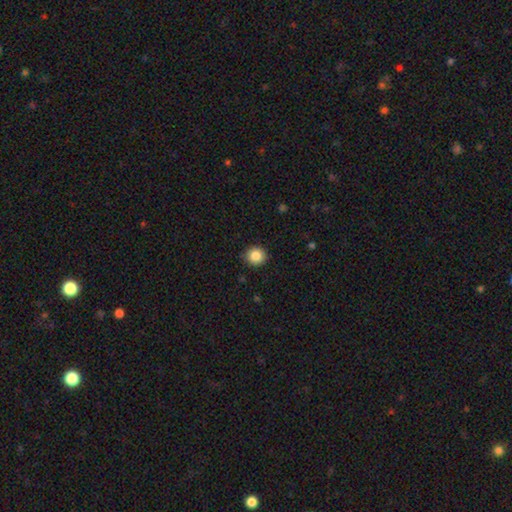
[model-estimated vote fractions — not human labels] A smooth galaxy with no disk features (86%) that is round (90%). Merging: none (90%).